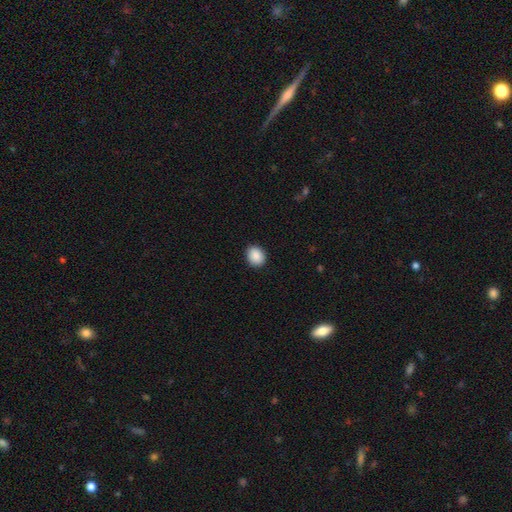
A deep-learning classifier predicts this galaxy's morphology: smooth_or_featured: smooth (p=0.90) [alt: star or artifact p=0.08]
how_rounded: round (p=0.61) [alt: in between p=0.38]
merging: none (p=0.91) [alt: minor disturbance p=0.07]